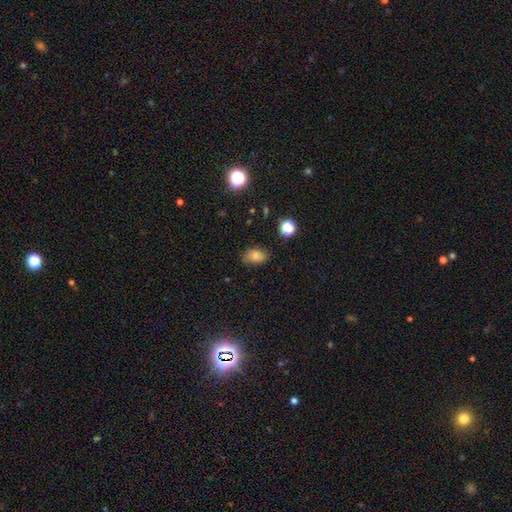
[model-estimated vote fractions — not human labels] This appears to be a smooth galaxy with no disk features (67%) that is in between round and cigar-shaped (82%). Merging: none (68%).